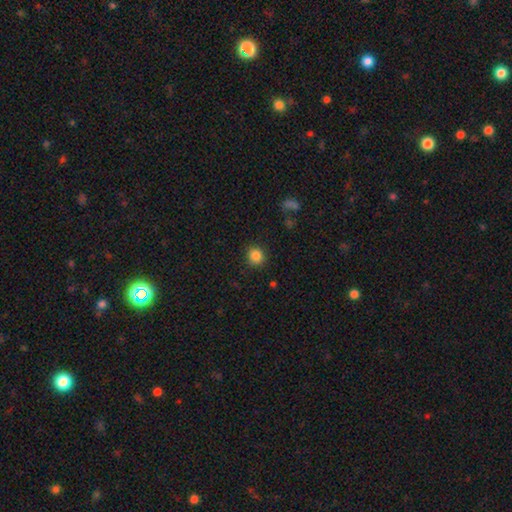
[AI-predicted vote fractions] Q: Smooth or featured?
A: smooth (84%); runner-up: star or artifact (11%)
Q: How rounded?
A: round (85%); runner-up: in between (14%)
Q: Merging?
A: none (88%); runner-up: minor disturbance (8%)